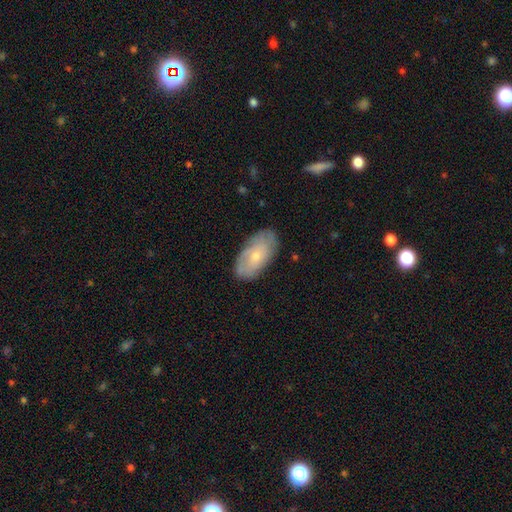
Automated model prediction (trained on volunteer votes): Smooth or featured: smooth — 55% (featured or disk — 39%)
How rounded: in between — 93% (cigar-shaped — 4%)
Merging: none — 79% (minor disturbance — 17%)